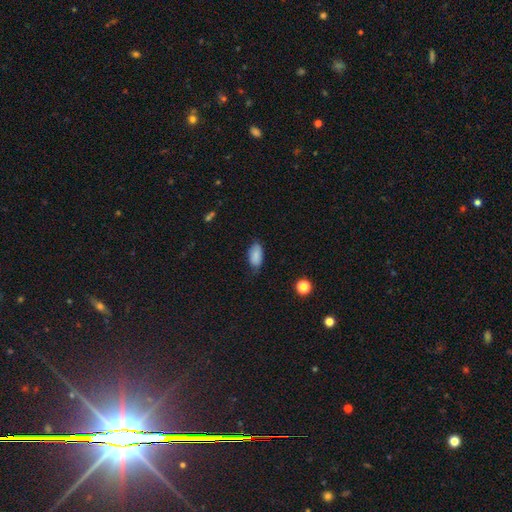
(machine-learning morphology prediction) Overall: smooth (85%). How rounded: in between (92%). Merging: none (66%; minor disturbance 28%).